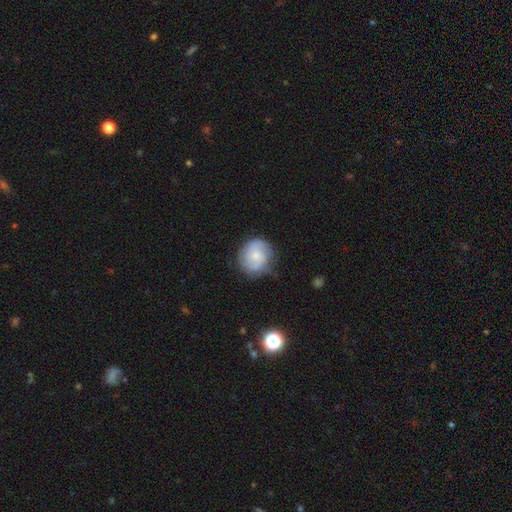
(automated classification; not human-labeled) smooth-or-featured: featured or disk: 51% | smooth: 42% | star or artifact: 7%
  disk-edge-on: no: 98% | yes: 2%
  merging: none: 75% | minor disturbance: 18% | major disturbance: 5% | merger: 2%